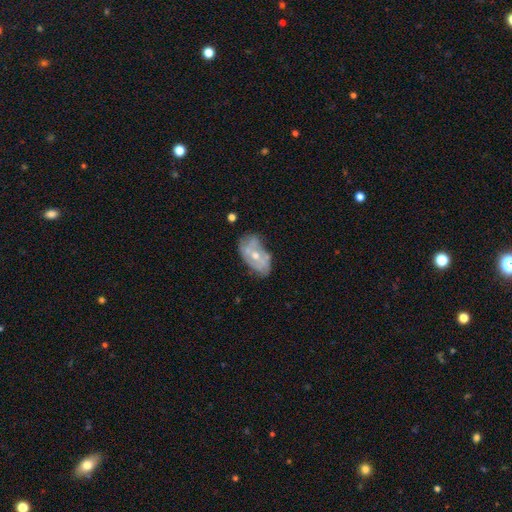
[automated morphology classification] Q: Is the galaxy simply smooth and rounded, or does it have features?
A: featured or disk — 65%.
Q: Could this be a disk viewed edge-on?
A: no — 94%.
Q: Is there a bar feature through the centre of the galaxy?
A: no — 72%.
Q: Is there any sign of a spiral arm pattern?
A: yes — 50%, tied with no.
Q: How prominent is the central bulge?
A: moderate — 62%.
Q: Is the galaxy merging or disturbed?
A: none — 50%.